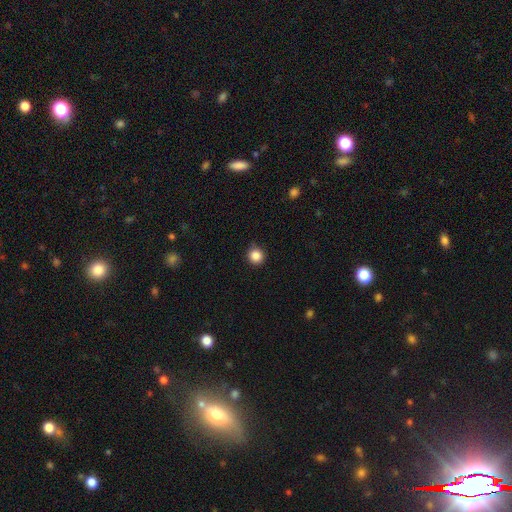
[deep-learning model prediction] Smooth or featured: smooth — 86% (star or artifact — 11%)
How rounded: round — 93% (in between — 6%)
Merging: none — 85% (minor disturbance — 12%)